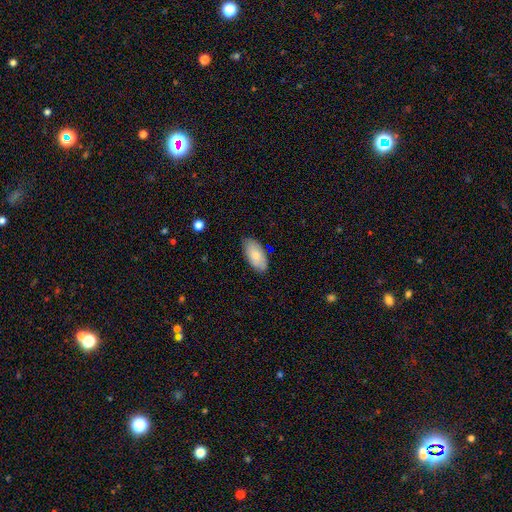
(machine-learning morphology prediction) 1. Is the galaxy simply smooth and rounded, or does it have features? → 77% smooth, 17% featured or disk, 6% star or artifact.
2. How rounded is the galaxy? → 94% in between, 3% cigar-shaped, 2% round.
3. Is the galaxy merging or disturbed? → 81% none, 15% minor disturbance, 2% major disturbance, 1% merger.